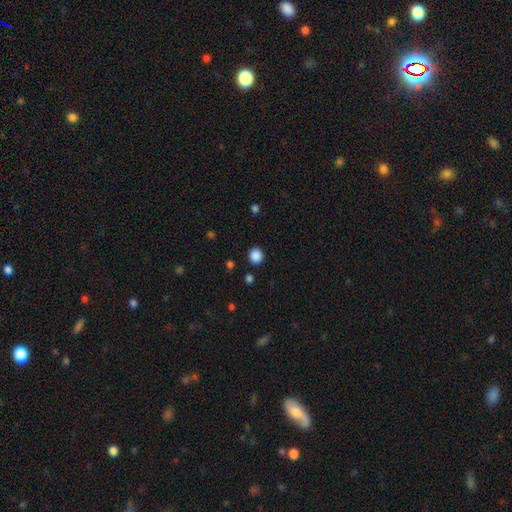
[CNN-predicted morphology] smooth 87%, star or artifact 10%, featured or disk 3%. Down the decision tree: how rounded — round (87%); merging — none (91%).